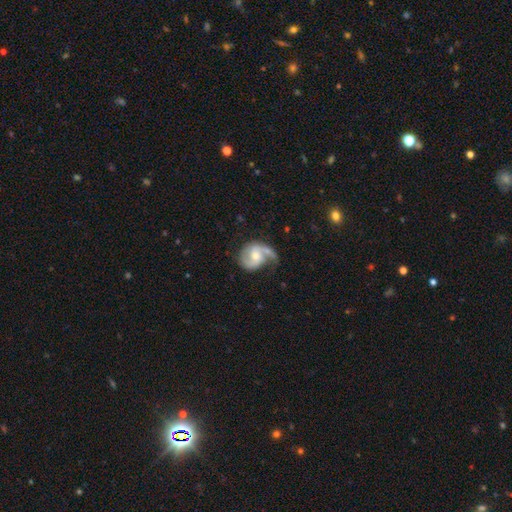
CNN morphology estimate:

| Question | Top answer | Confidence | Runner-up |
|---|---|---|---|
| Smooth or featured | featured or disk | 83% | smooth (12%) |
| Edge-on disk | no | 98% | yes (2%) |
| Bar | no | 52% | weak (39%) |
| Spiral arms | yes | 96% | no (4%) |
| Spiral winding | medium | 49% | loose (27%) |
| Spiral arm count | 2 | 76% | 1 (17%) |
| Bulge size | moderate | 55% | small (39%) |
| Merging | none | 51% | minor disturbance (25%) |